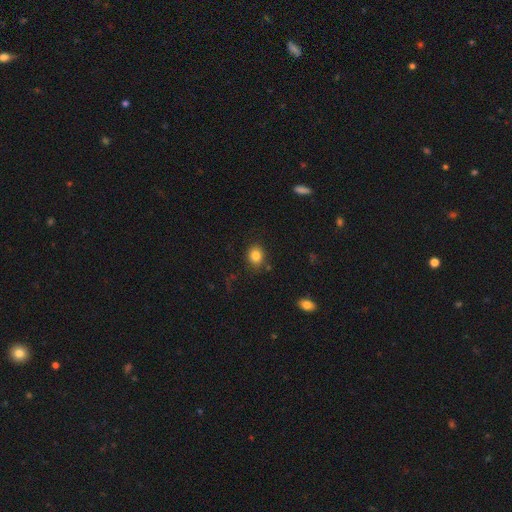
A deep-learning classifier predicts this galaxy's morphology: Overall: smooth (84%). How rounded: round (59%; in between 40%). Merging: none (84%).